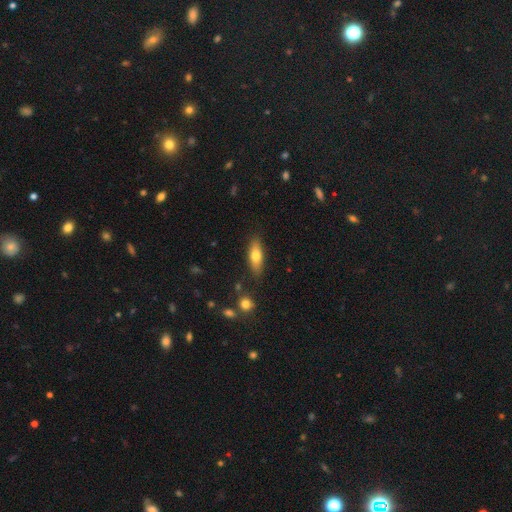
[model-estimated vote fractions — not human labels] The model was most divided on "how rounded": in between: 58%, cigar-shaped: 39%, round: 3%. More confident: merging — none (84%); smooth or featured — smooth (67%).